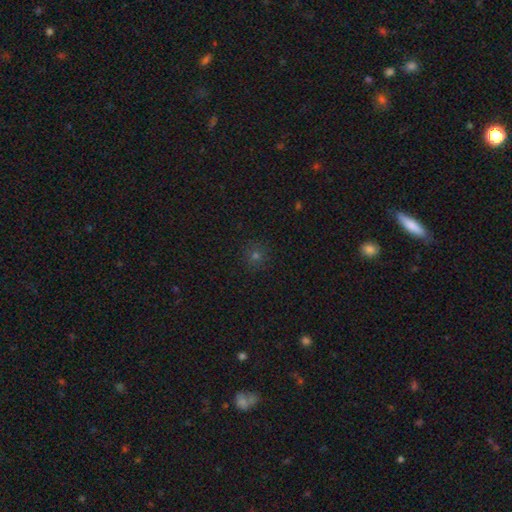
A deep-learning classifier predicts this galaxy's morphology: A smooth galaxy with no disk features (66%) that is round (94%). Merging: none (90%).